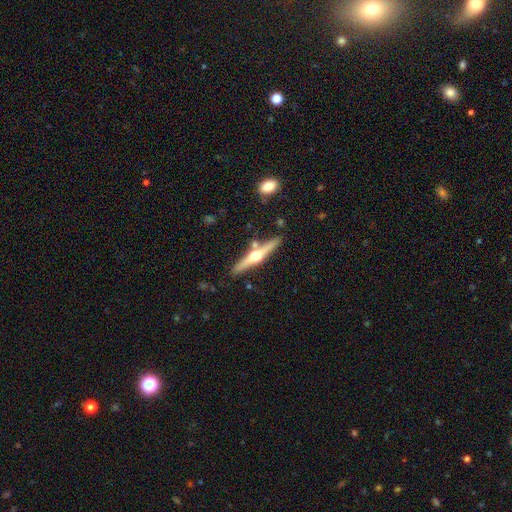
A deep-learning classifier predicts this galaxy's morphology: A featured or disk galaxy (74%) viewed edge-on (98%) with a rounded central bulge (96%).

Vote fractions:
- Smooth or featured? featured or disk: 74% / smooth: 21% / star or artifact: 5%
- Edge-on disk? yes: 98% / no: 2%
- Edge-on bulge? rounded: 96% / boxy: 2% / none: 2%
- Merging? none: 83% / minor disturbance: 9% / merger: 6% / major disturbance: 2%